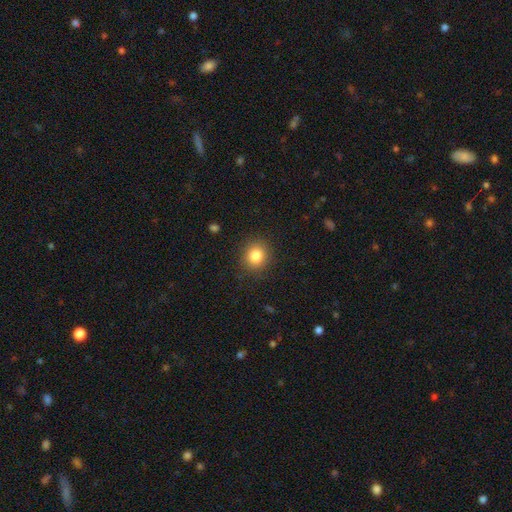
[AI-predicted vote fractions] Smooth or featured?
  - smooth: 83% *
  - star or artifact: 11%
  - featured or disk: 6%
How rounded?
  - round: 83% *
  - in between: 16%
  - cigar-shaped: 1%
Merging?
  - none: 89% *
  - minor disturbance: 8%
  - major disturbance: 3%
  - merger: 1%